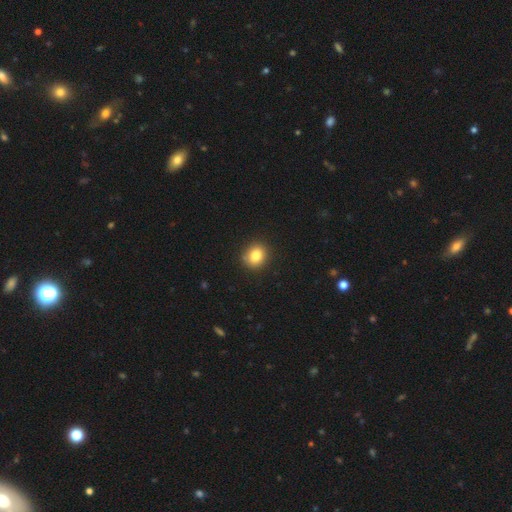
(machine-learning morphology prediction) A smooth galaxy with no disk features (84%) that is round (74%).

Vote fractions:
- Smooth or featured? smooth: 84% / star or artifact: 10% / featured or disk: 6%
- How rounded? round: 74% / in between: 25% / cigar-shaped: 1%
- Merging? none: 88% / minor disturbance: 9% / major disturbance: 2% / merger: 1%